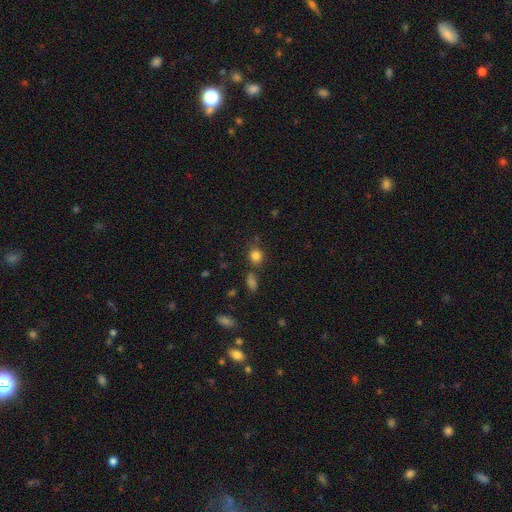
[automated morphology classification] type=smooth (81%); roundness=round (77%); merging=none (73%).